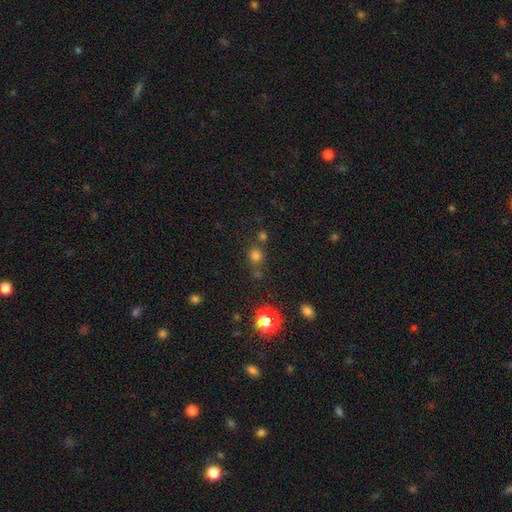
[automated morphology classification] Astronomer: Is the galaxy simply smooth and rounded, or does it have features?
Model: smooth — 72%.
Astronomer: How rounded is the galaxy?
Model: round — 85%.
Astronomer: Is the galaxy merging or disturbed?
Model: none — 71%.